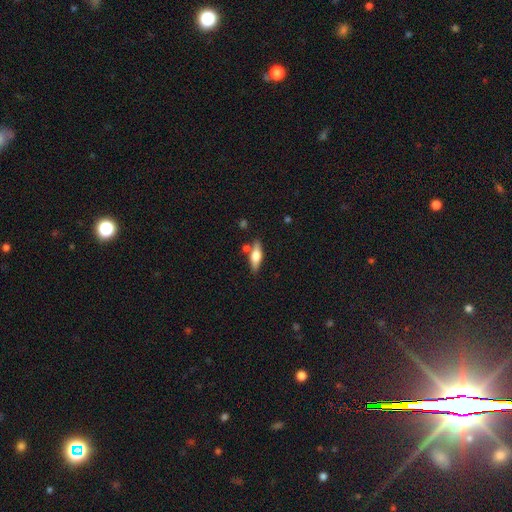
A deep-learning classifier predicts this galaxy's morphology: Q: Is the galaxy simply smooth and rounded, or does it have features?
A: smooth — 51%.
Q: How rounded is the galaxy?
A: in between — 54%.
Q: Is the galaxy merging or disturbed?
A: none — 75%.